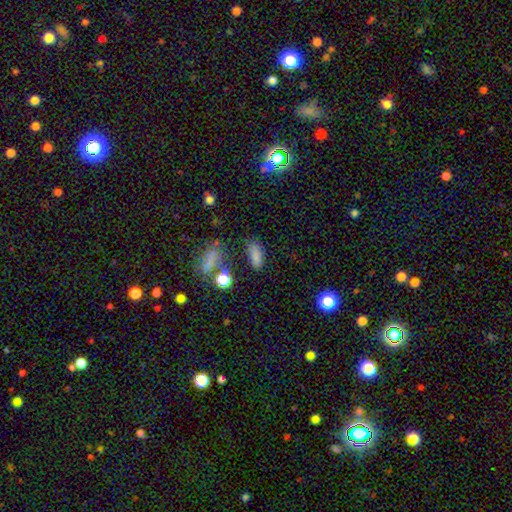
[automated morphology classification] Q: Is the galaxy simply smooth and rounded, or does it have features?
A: smooth — 77%.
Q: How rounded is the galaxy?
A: in between — 73%.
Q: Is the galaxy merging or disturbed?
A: none — 69%.